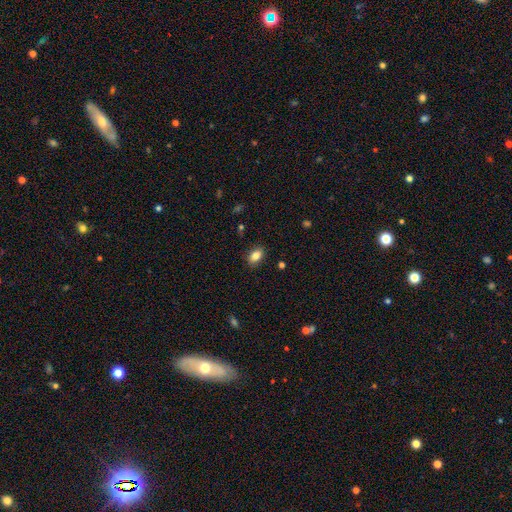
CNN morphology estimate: Smooth or featured? Predicted: smooth (p=0.84). How rounded? Predicted: in between (p=0.83). Merging? Predicted: none (p=0.85).